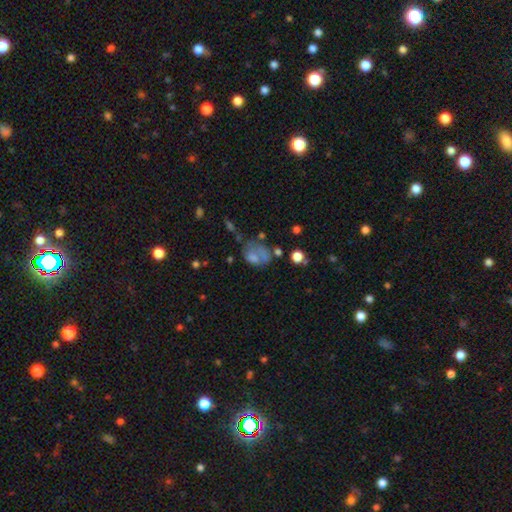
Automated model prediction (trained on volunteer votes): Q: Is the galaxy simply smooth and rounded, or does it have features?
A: smooth — 58%.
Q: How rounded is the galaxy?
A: in between — 66%.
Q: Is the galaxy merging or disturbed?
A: major disturbance — 31%.